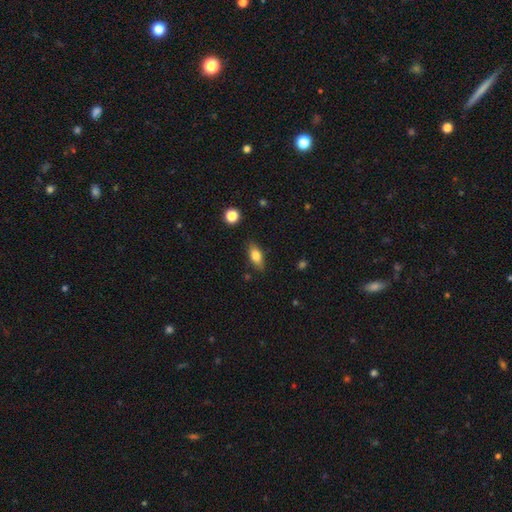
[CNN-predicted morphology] A smooth galaxy with no disk features (78%) that is in between round and cigar-shaped (84%). Merging: none (82%).